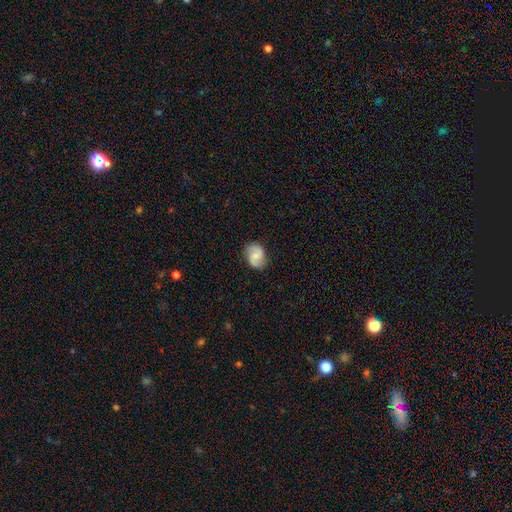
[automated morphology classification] featured or disk 61%, smooth 32%, star or artifact 7%. Down the decision tree: edge-on disk — no (98%); bar — no (48%); spiral arms — yes (93%); spiral arm count — 2 (91%); spiral winding — medium (45%); bulge size — small (46%); merging — none (83%).